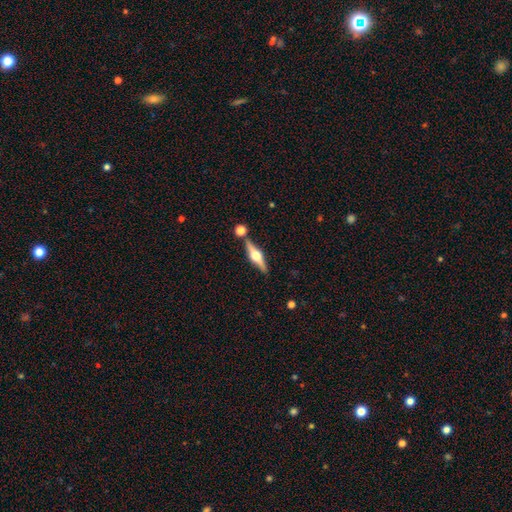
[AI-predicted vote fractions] This is likely a featured or disk galaxy (77%). It is clearly viewed edge-on (97%). Edge-on bulge: clearly rounded (96%). Merging: clearly none (81%).